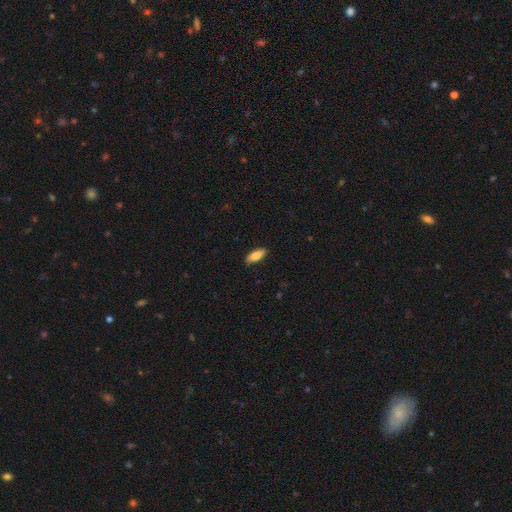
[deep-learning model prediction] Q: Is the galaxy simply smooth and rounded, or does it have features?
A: smooth — 80%.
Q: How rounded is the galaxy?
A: in between — 72%.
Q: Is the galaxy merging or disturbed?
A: none — 85%.